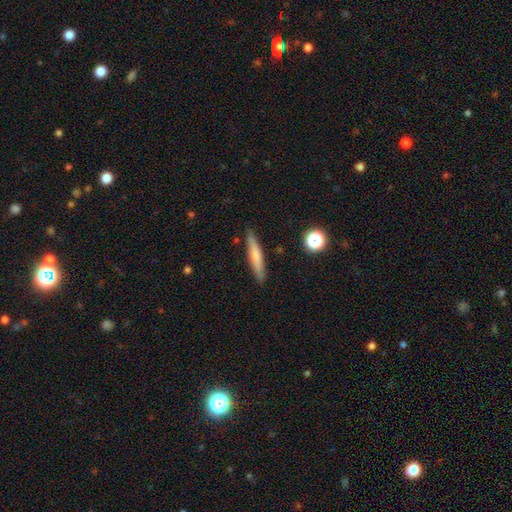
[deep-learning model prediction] Smooth or featured?
  - smooth: 63% *
  - featured or disk: 30%
  - star or artifact: 7%
How rounded?
  - cigar-shaped: 91% *
  - in between: 7%
  - round: 2%
Merging?
  - none: 87% *
  - minor disturbance: 10%
  - major disturbance: 2%
  - merger: 2%